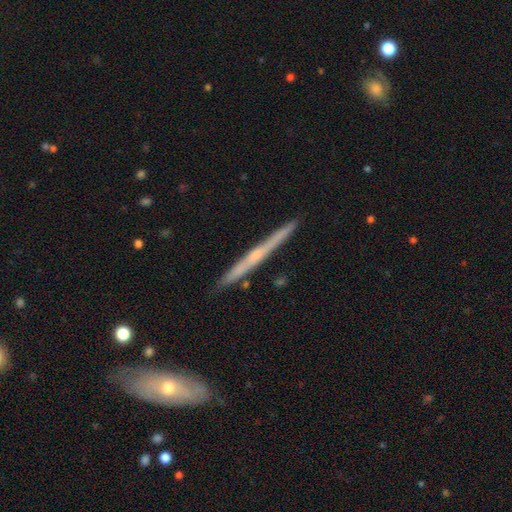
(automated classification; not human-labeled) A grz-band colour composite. It shows a featured or disk galaxy (71%) viewed edge-on (98%) with a rounded central bulge (51%). Merging: none (90%).